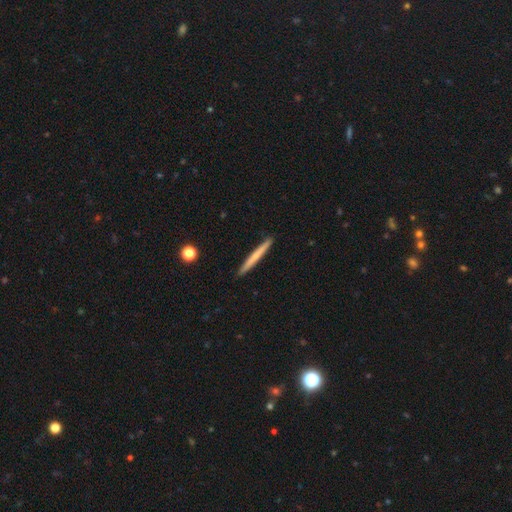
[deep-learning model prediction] This appears to be a smooth galaxy with no disk features (61%) that is cigar-shaped (97%). Merging: none (92%).